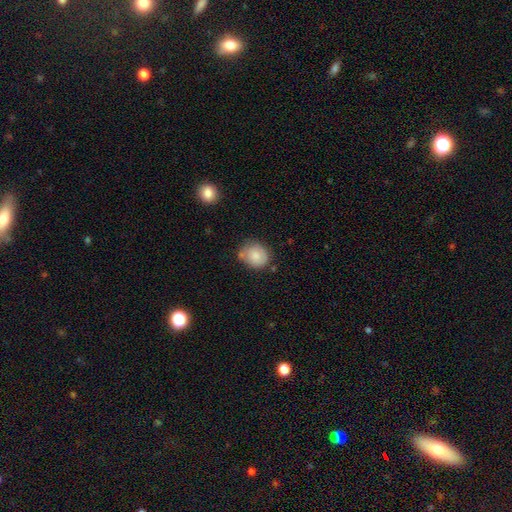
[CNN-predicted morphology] smooth 82%, featured or disk 11%, star or artifact 7%. Down the decision tree: how rounded — round (74%); merging — none (63%).